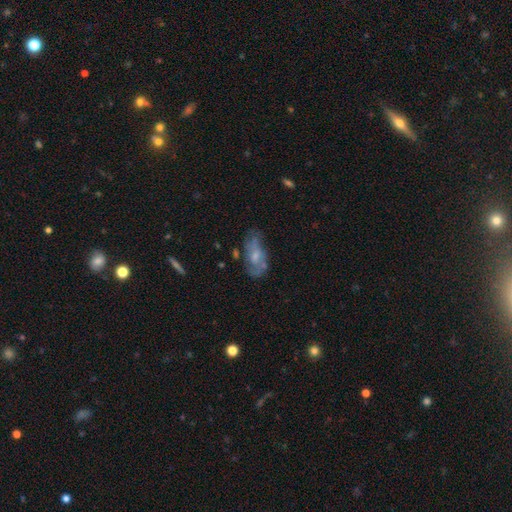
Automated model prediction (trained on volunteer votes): This is possibly a featured or disk galaxy (55%). It is clearly not viewed edge-on (91%). Bar: likely no (65%). Spiral arm pattern: possibly yes (57%). Central bulge: marginally small (41%, tied with moderate). Merging: possibly none (50%).